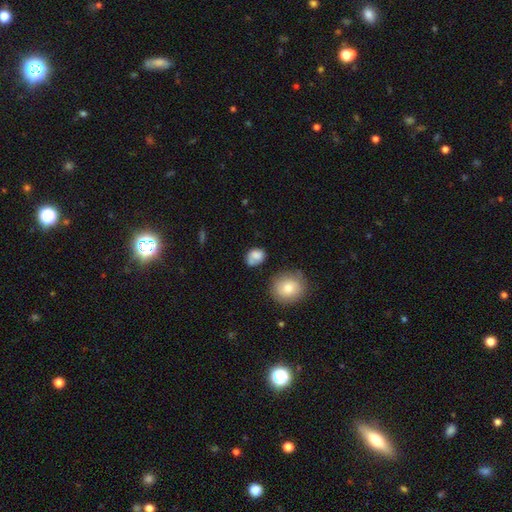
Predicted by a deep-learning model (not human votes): This is likely a smooth galaxy (75%). How rounded: possibly in between (52%). Merging: possibly none (52%).